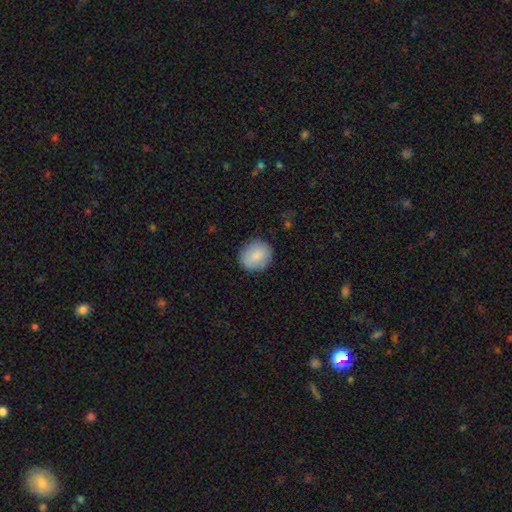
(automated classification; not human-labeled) A smooth galaxy with no disk features (86%) that is round (79%).

Vote fractions:
- Smooth or featured? smooth: 86% / featured or disk: 8% / star or artifact: 7%
- How rounded? round: 79% / in between: 20% / cigar-shaped: 1%
- Merging? none: 87% / minor disturbance: 10% / major disturbance: 3% / merger: 1%